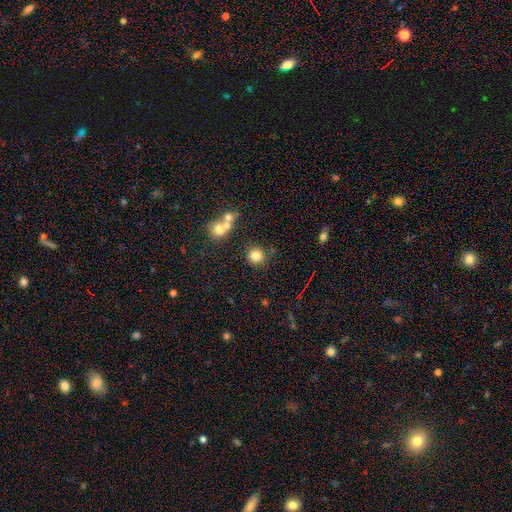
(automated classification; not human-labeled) Morphology: type=smooth (80%); roundness=round (91%); merging=none (76%).